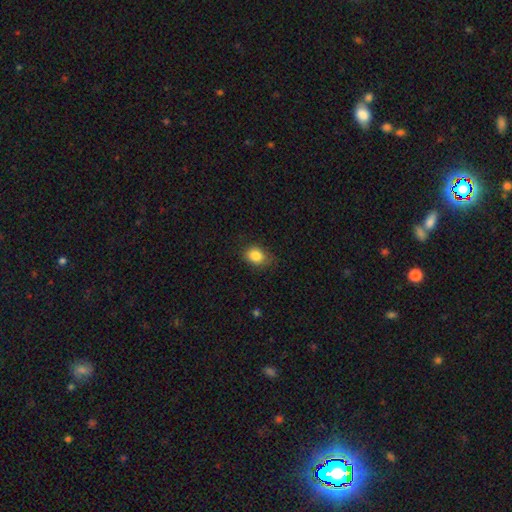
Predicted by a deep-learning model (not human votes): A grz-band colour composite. It shows a smooth galaxy with no disk features (84%) that is in between round and cigar-shaped (58%). Merging: none (76%).